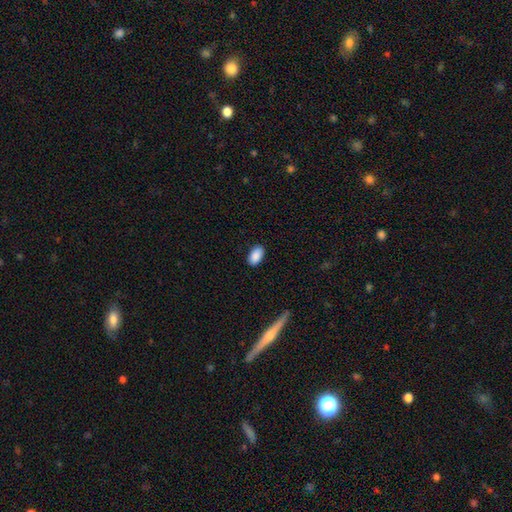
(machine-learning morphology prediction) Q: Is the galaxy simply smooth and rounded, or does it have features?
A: smooth — 90%.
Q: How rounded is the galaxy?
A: in between — 93%.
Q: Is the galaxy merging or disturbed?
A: none — 88%.